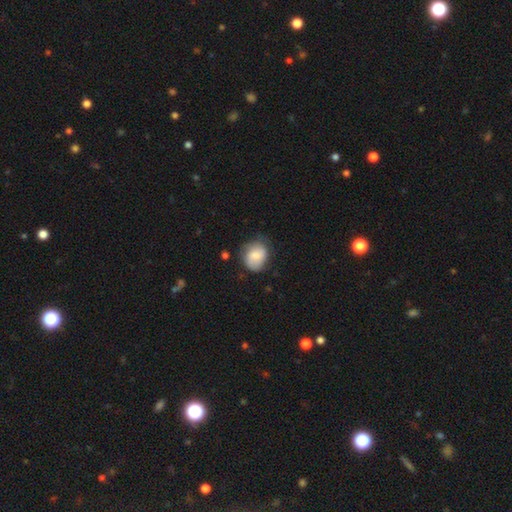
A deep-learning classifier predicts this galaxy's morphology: smooth-or-featured: smooth: 75% | featured or disk: 17% | star or artifact: 7%
  how-rounded: round: 58% | in between: 41% | cigar-shaped: 1%
  merging: none: 58% | minor disturbance: 31% | major disturbance: 9% | merger: 2%